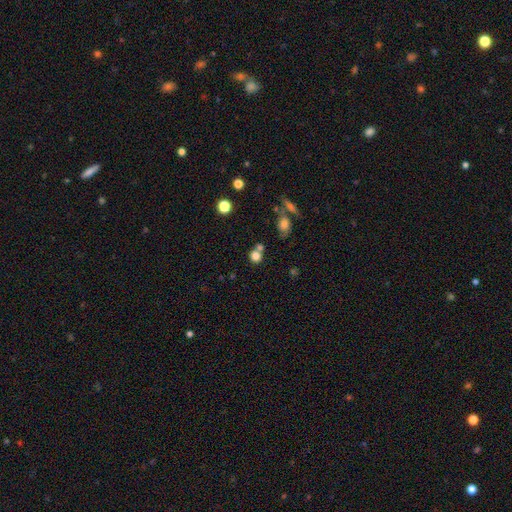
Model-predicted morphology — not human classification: Q: Smooth or featured?
A: smooth (78%); runner-up: star or artifact (14%)
Q: How rounded?
A: round (83%); runner-up: in between (16%)
Q: Merging?
A: none (57%); runner-up: merger (29%)